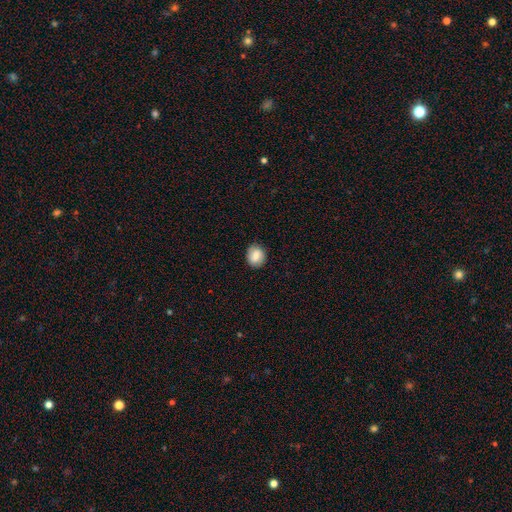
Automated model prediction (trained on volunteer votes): The model was most divided on "how rounded": round: 70%, in between: 29%, cigar-shaped: 1%. More confident: merging — none (85%); smooth or featured — smooth (79%).